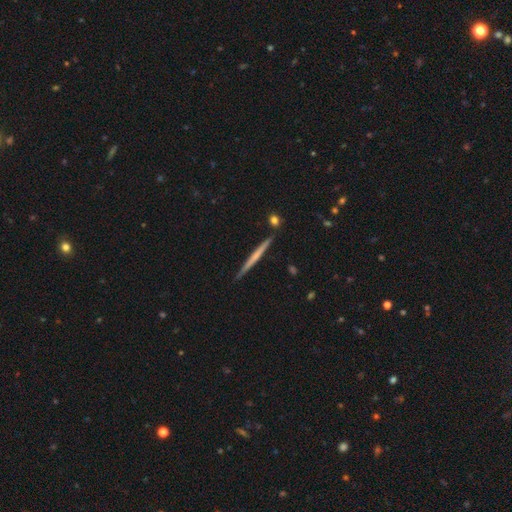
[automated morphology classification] Smooth or featured? Predicted: featured or disk (p=0.52). Edge-on disk? Predicted: yes (p=0.98). Edge-on bulge? Predicted: none (p=0.79). Merging? Predicted: none (p=0.89).